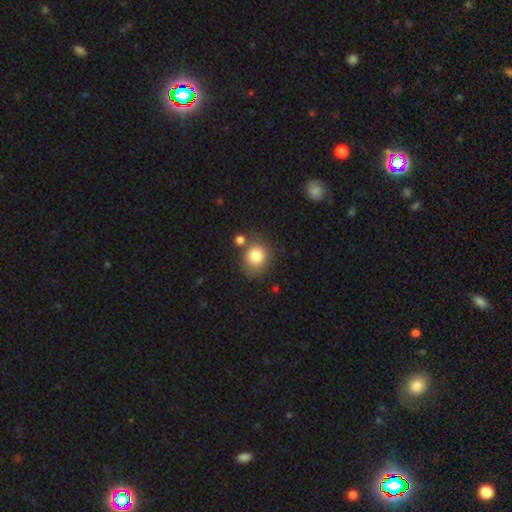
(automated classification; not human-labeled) A smooth galaxy with no disk features (83%) that is round (74%). Merging: none (66%).